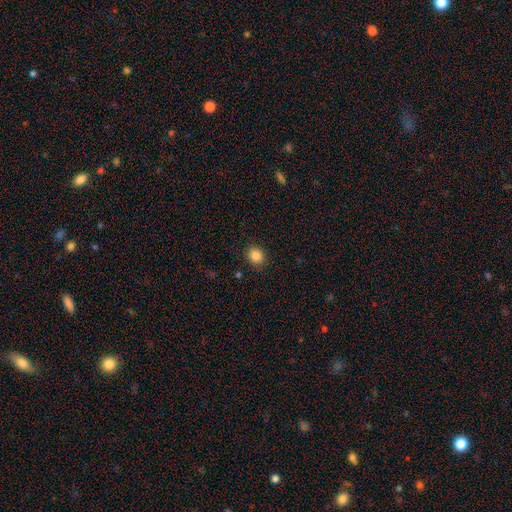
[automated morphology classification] Smooth or featured: smooth — 86% (star or artifact — 10%)
How rounded: round — 71% (in between — 28%)
Merging: none — 90% (minor disturbance — 7%)